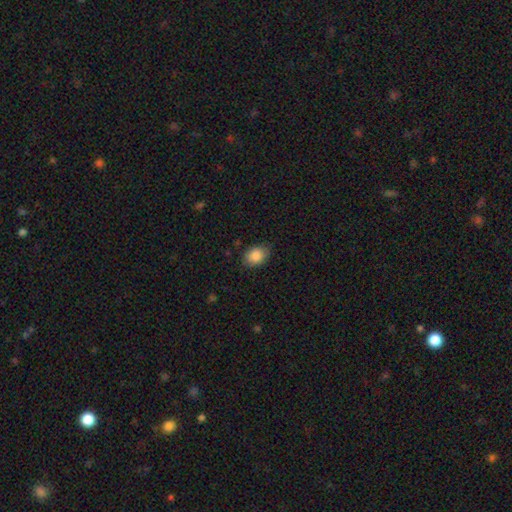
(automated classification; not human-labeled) Smooth or featured: smooth — 87% (star or artifact — 8%)
How rounded: in between — 72% (round — 27%)
Merging: none — 79% (minor disturbance — 16%)